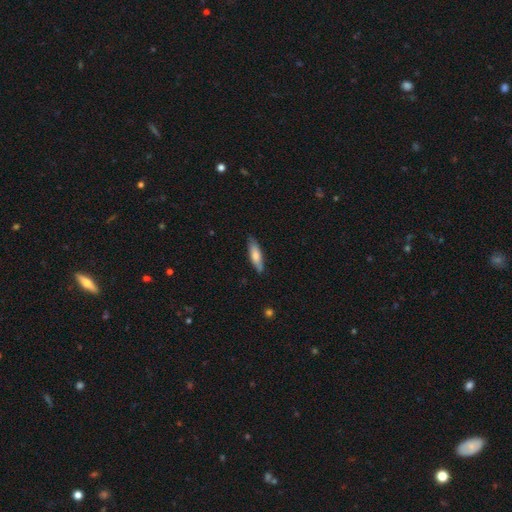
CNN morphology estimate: smooth_or_featured: smooth (p=0.69) [alt: featured or disk p=0.25]
how_rounded: cigar-shaped (p=0.59) [alt: in between p=0.39]
merging: none (p=0.80) [alt: minor disturbance p=0.17]